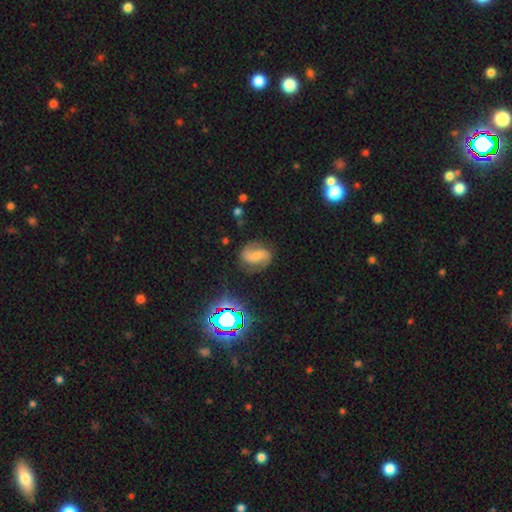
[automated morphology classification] Q: Smooth or featured?
A: featured or disk (69%); runner-up: smooth (19%)
Q: Edge-on disk?
A: no (97%); runner-up: yes (3%)
Q: Bar?
A: weak (40%); runner-up: no (31%)
Q: Spiral arms?
A: yes (94%); runner-up: no (6%)
Q: Spiral winding?
A: medium (44%); runner-up: loose (39%)
Q: Spiral arm count?
A: 2 (90%); runner-up: can't tell (4%)
Q: Bulge size?
A: none (38%); runner-up: small (33%)
Q: Merging?
A: none (74%); runner-up: minor disturbance (16%)